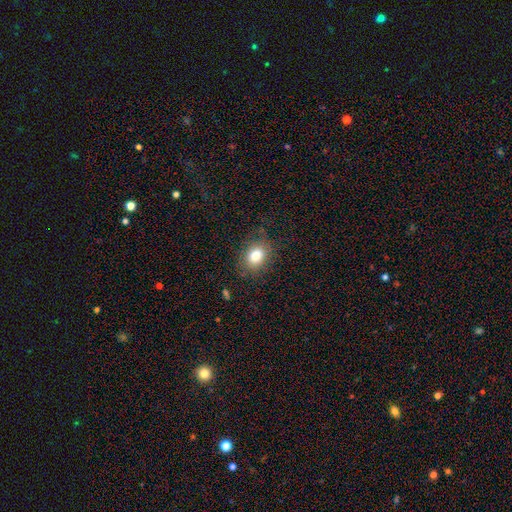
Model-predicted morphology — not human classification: This is clearly a smooth galaxy (81%). How rounded: likely in between (64%). Merging: likely none (78%).